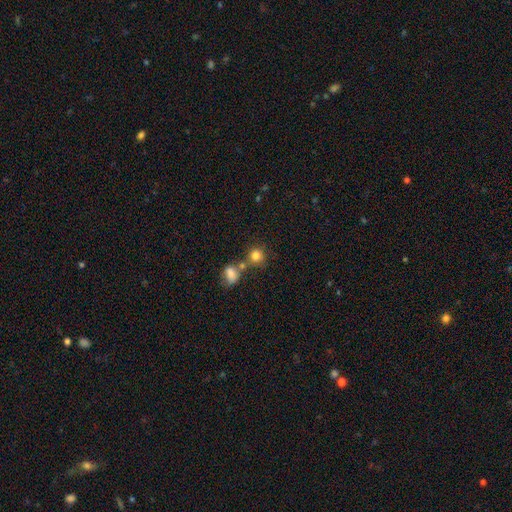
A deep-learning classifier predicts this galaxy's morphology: A smooth galaxy with no disk features (81%) that is round (82%). Merging: none (54%).